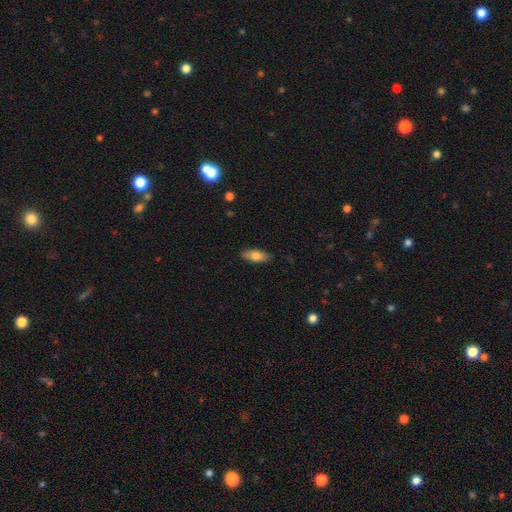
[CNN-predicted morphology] Smooth or featured: smooth — 76% (featured or disk — 18%)
How rounded: in between — 77% (cigar-shaped — 20%)
Merging: none — 86% (minor disturbance — 11%)